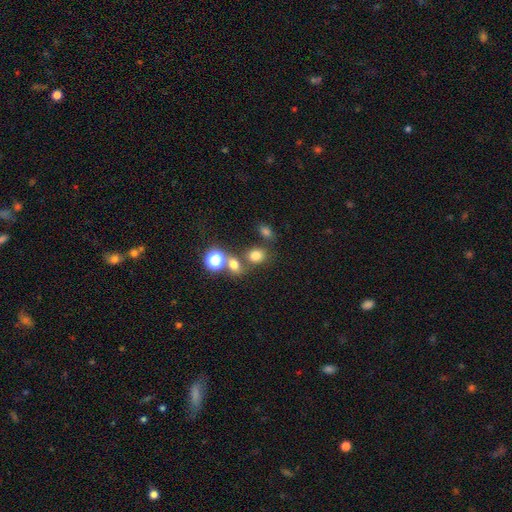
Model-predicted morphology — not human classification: Smooth or featured? Predicted: smooth (p=0.74). How rounded? Predicted: round (p=0.61). Merging? Predicted: none (p=0.61).